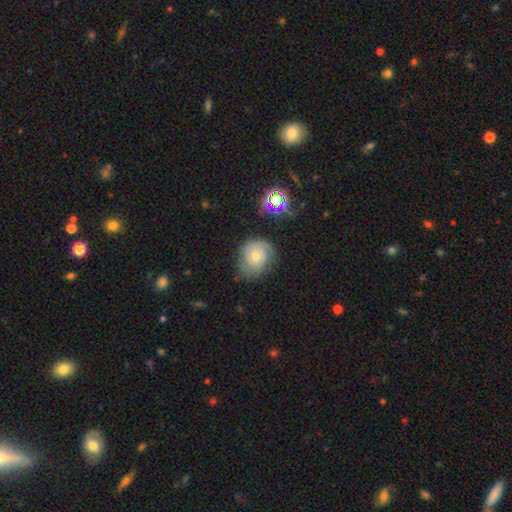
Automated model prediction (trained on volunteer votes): This is likely a featured or disk galaxy (70%). It is clearly not viewed edge-on (98%). Bar: likely no (76%). Spiral arm pattern: clearly yes (92%). Spiral arm count: marginally 2 (42%). Spiral winding: likely tight (63%). Central bulge: possibly small (53%). Merging: likely none (70%).